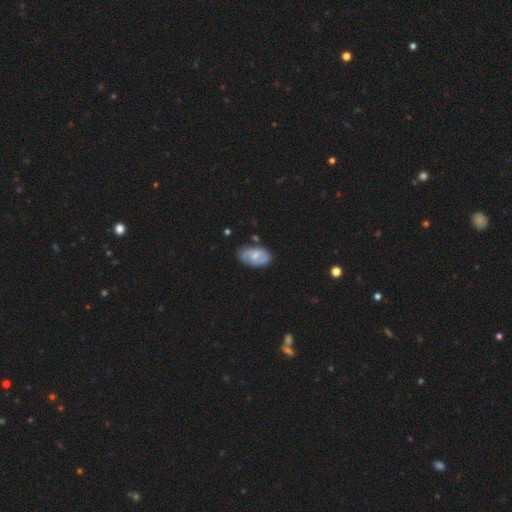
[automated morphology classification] smooth-or-featured: featured or disk: 49% | smooth: 44% | star or artifact: 6%
  merging: none: 67% | minor disturbance: 24% | major disturbance: 6% | merger: 3%